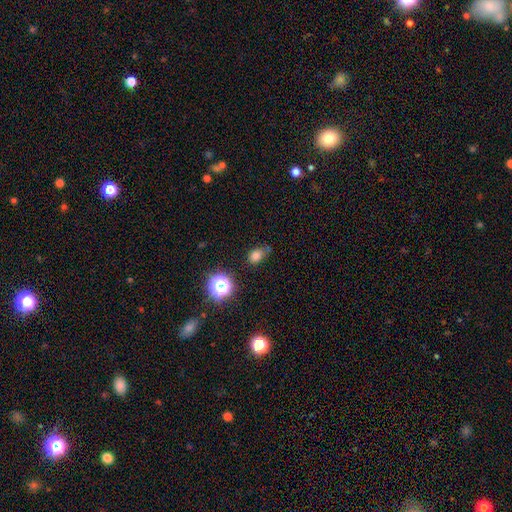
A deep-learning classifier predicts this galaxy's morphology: A smooth galaxy with no disk features (76%) that is in between round and cigar-shaped (60%).

Vote fractions:
- Smooth or featured? smooth: 76% / star or artifact: 17% / featured or disk: 7%
- How rounded? in between: 60% / round: 39% / cigar-shaped: 1%
- Merging? none: 62% / minor disturbance: 25% / merger: 7% / major disturbance: 6%